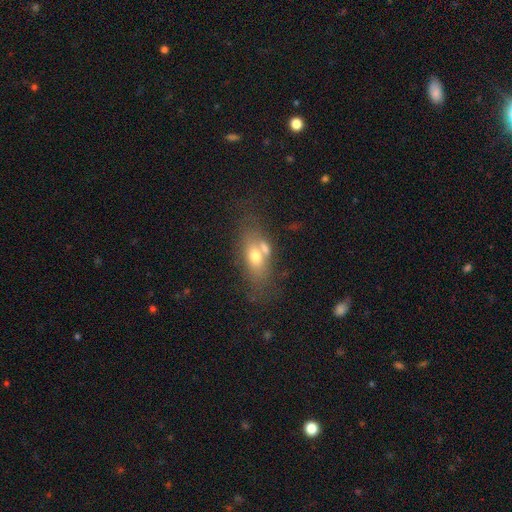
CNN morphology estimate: smooth-or-featured: smooth: 61% | featured or disk: 29% | star or artifact: 11%
  how-rounded: in between: 77% | cigar-shaped: 13% | round: 10%
  merging: none: 49% | merger: 27% | minor disturbance: 16% | major disturbance: 8%